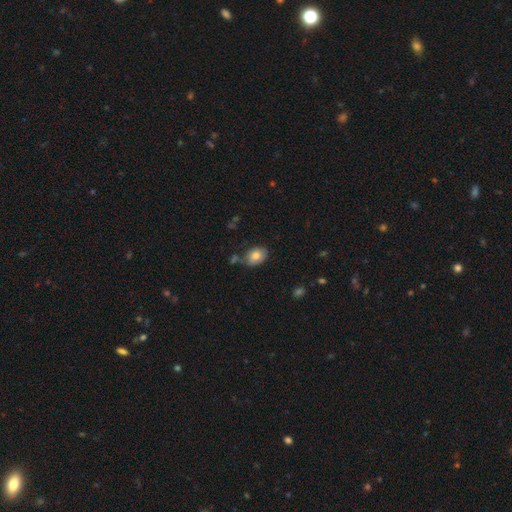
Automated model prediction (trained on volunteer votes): This appears to be a smooth galaxy with no disk features (81%) that is in between round and cigar-shaped (78%). Merging: none (70%).